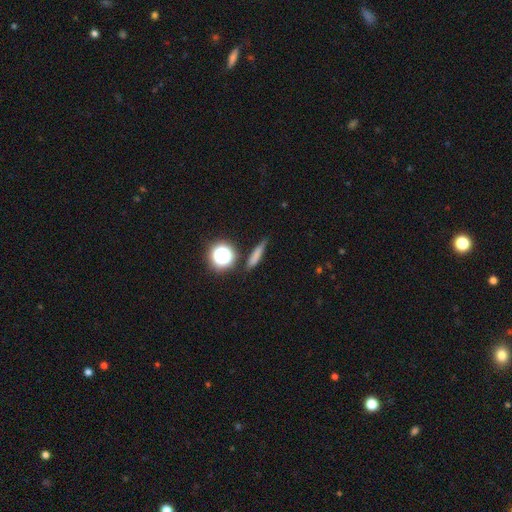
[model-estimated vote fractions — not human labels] This is likely a smooth galaxy (69%). How rounded: likely cigar-shaped (74%). Merging: likely none (78%).